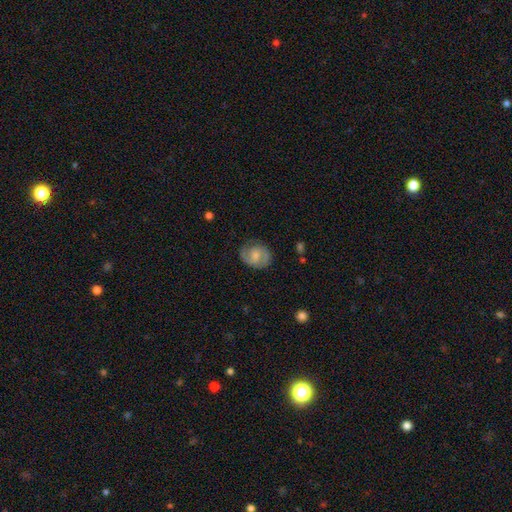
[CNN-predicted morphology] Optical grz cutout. It shows a featured or disk galaxy (64%) with no bar (50%), 2 (81%) medium (47%) spiral arms (89%) and a small central bulge (47%). Merging: none (75%).